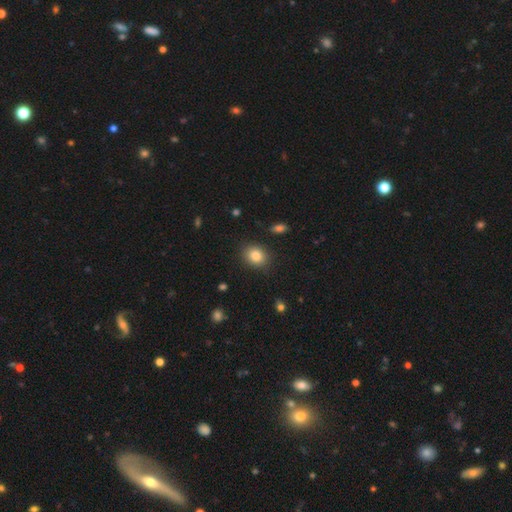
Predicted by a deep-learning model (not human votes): A smooth galaxy with no disk features (84%) that is in between round and cigar-shaped (50%). Merging: none (86%).